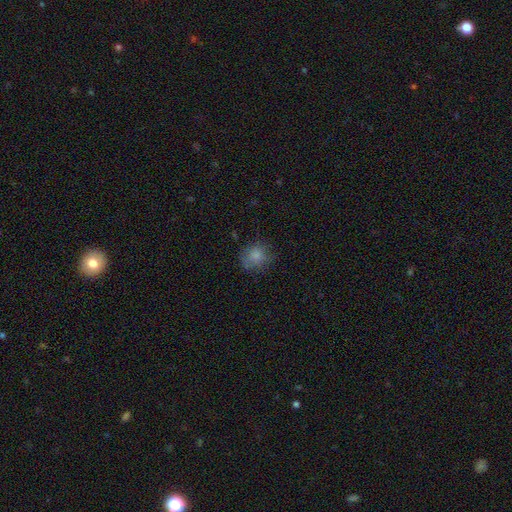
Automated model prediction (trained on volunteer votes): smooth-or-featured: smooth: 81% | star or artifact: 11% | featured or disk: 9%
  how-rounded: round: 81% | in between: 18% | cigar-shaped: 1%
  merging: none: 69% | minor disturbance: 20% | major disturbance: 8% | merger: 2%